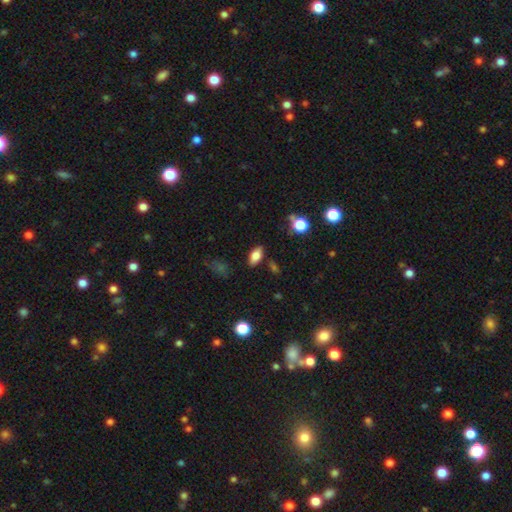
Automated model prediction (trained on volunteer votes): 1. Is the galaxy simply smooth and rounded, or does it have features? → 75% smooth, 16% featured or disk, 9% star or artifact.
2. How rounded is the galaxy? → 87% in between, 9% cigar-shaped, 4% round.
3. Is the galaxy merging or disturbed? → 83% none, 11% minor disturbance, 3% major disturbance, 3% merger.